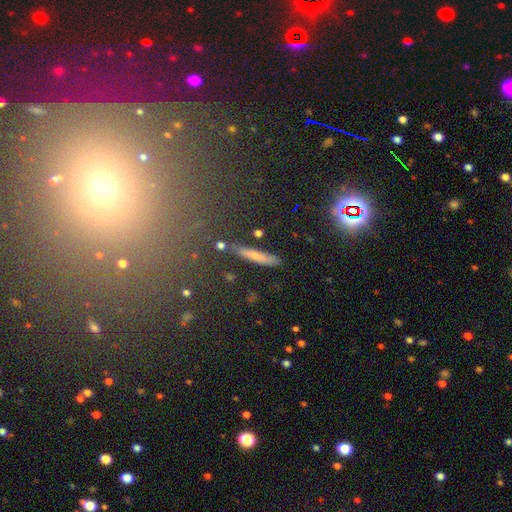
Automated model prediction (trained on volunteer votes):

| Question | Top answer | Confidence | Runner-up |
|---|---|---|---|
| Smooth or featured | smooth | 65% | featured or disk (24%) |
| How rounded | cigar-shaped | 85% | in between (11%) |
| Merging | none | 77% | minor disturbance (15%) |